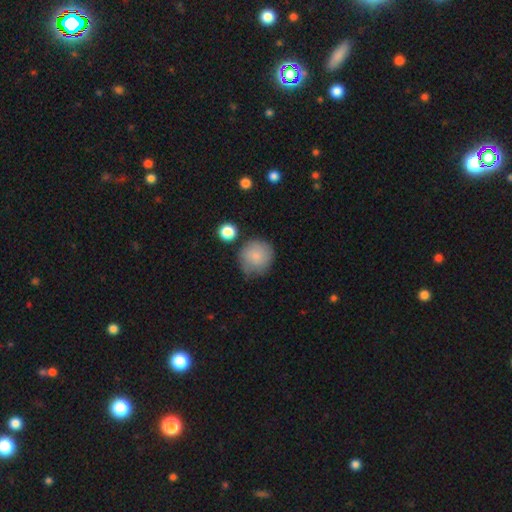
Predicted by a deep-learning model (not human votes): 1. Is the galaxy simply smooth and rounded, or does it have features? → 83% smooth, 9% featured or disk, 8% star or artifact.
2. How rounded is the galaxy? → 90% round, 9% in between, 1% cigar-shaped.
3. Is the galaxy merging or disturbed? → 66% none, 23% minor disturbance, 6% major disturbance, 5% merger.